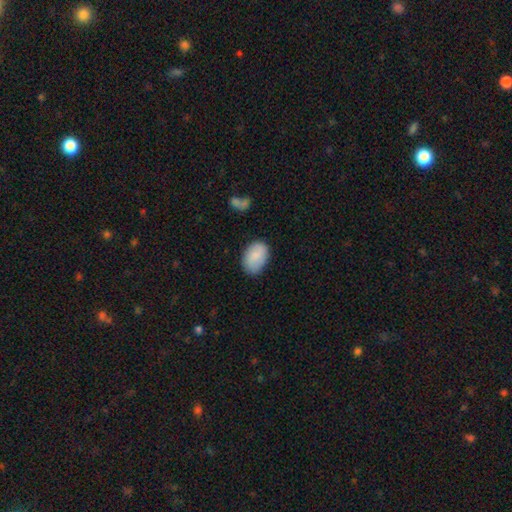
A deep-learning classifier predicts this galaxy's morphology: Smooth or featured: smooth — 84% (featured or disk — 10%)
How rounded: in between — 87% (round — 12%)
Merging: none — 77% (minor disturbance — 18%)